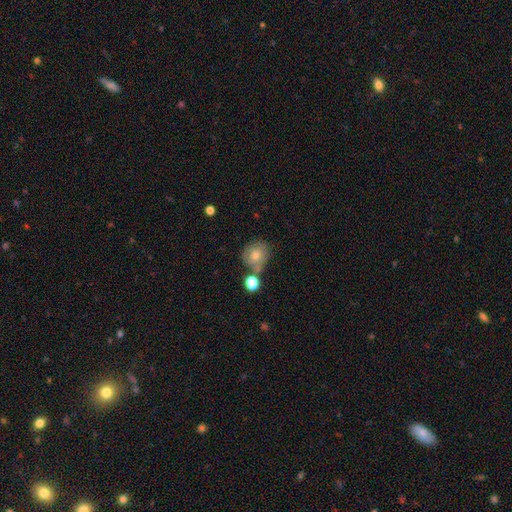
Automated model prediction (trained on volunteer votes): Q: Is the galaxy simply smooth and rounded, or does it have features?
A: smooth — 75%.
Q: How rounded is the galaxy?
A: round — 77%.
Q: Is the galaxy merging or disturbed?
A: none — 53%.